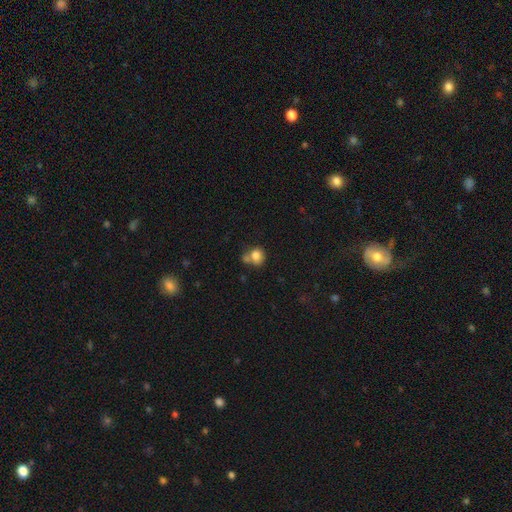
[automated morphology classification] smooth-or-featured: smooth: 79% | featured or disk: 11% | star or artifact: 10%
  how-rounded: round: 71% | in between: 28% | cigar-shaped: 1%
  merging: none: 46% | merger: 32% | minor disturbance: 16% | major disturbance: 6%